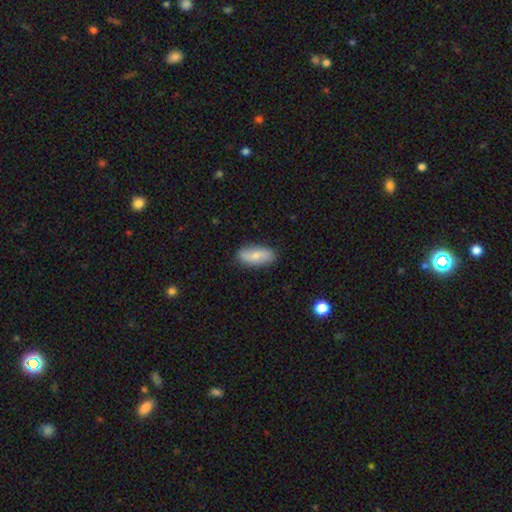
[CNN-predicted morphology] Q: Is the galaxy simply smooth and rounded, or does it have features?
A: smooth — 61%.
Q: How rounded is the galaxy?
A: in between — 87%.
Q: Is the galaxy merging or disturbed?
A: none — 82%.